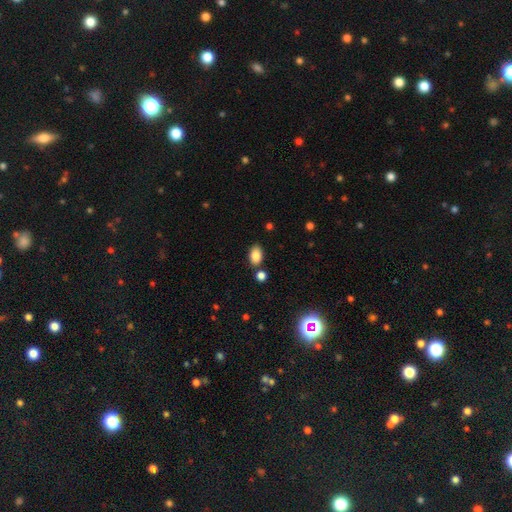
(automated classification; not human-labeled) Morphology: type=smooth (85%); roundness=in between (88%); merging=none (78%).